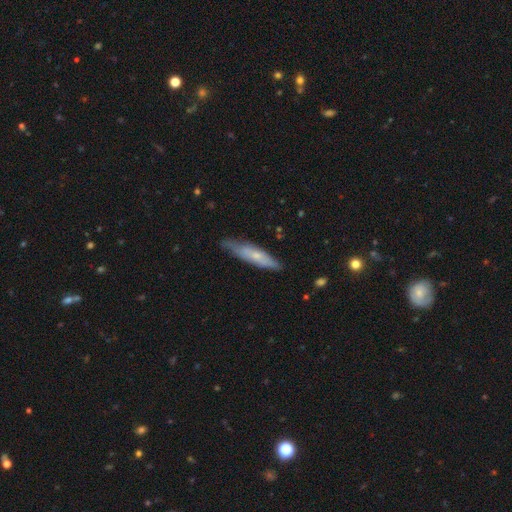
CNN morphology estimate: smooth_or_featured: smooth (p=0.52) [alt: featured or disk p=0.42]
how_rounded: cigar-shaped (p=0.79) [alt: in between p=0.19]
merging: none (p=0.72) [alt: minor disturbance p=0.23]